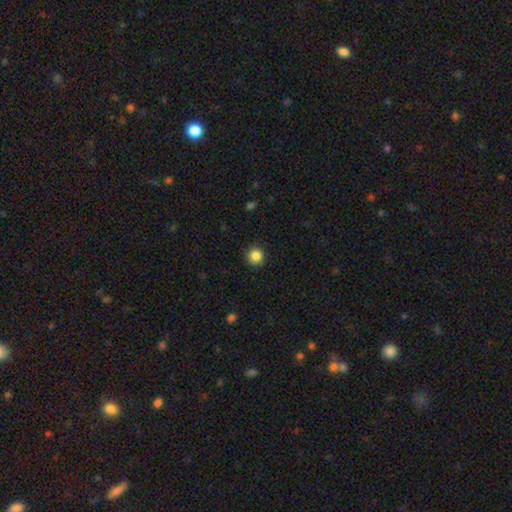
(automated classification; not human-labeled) Overall: smooth (86%). How rounded: round (94%). Merging: none (91%).